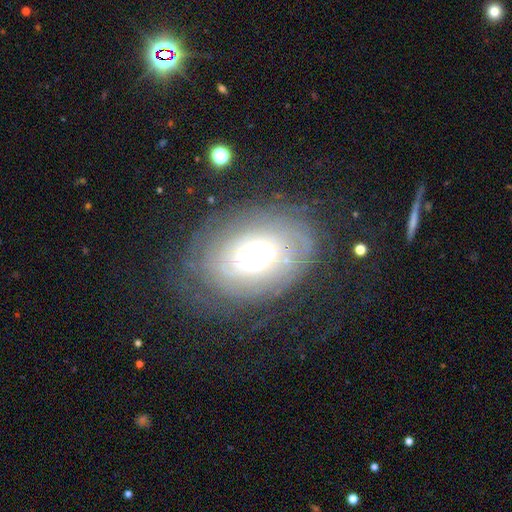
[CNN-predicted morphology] Smooth or featured: featured or disk — 65% (smooth — 25%)
Edge-on disk: no — 95% (yes — 5%)
Bar: no — 80% (weak — 14%)
Spiral arms: yes — 71% (no — 29%)
Bulge size: moderate — 49% (large — 33%)
Merging: none — 71% (minor disturbance — 17%)